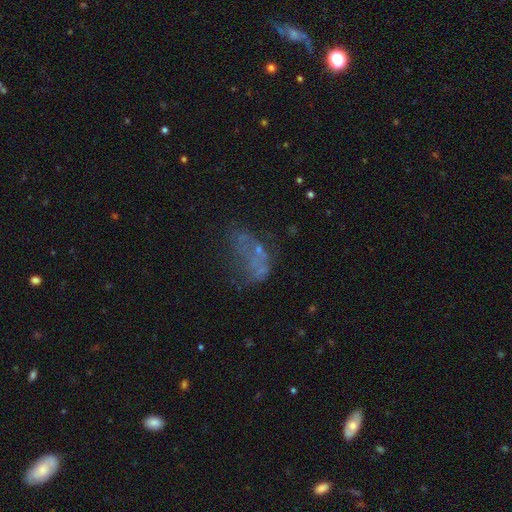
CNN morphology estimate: type=featured or disk (44%); merging=major disturbance (35%).